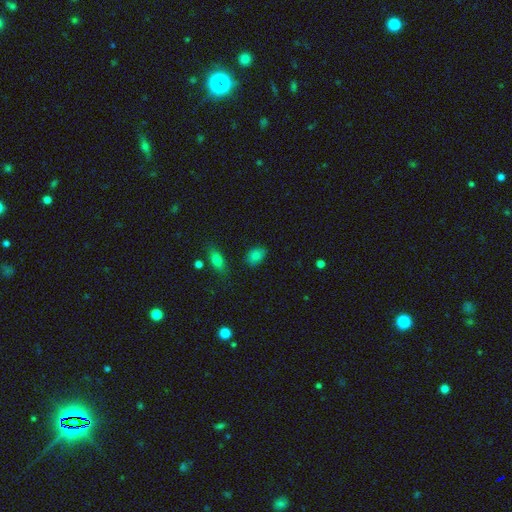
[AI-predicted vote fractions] smooth_or_featured: smooth (p=0.83) [alt: star or artifact p=0.11]
how_rounded: in between (p=0.77) [alt: round p=0.22]
merging: none (p=0.80) [alt: minor disturbance p=0.14]